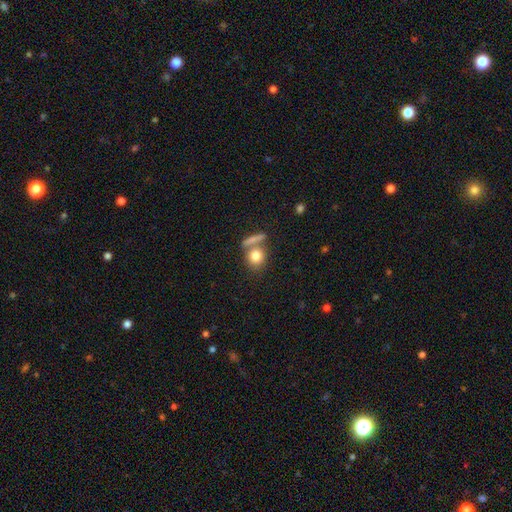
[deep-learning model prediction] Smooth or featured?
  - smooth: 80% *
  - featured or disk: 11%
  - star or artifact: 8%
How rounded?
  - round: 75% *
  - in between: 21%
  - cigar-shaped: 4%
Merging?
  - none: 57% *
  - merger: 28%
  - minor disturbance: 10%
  - major disturbance: 5%